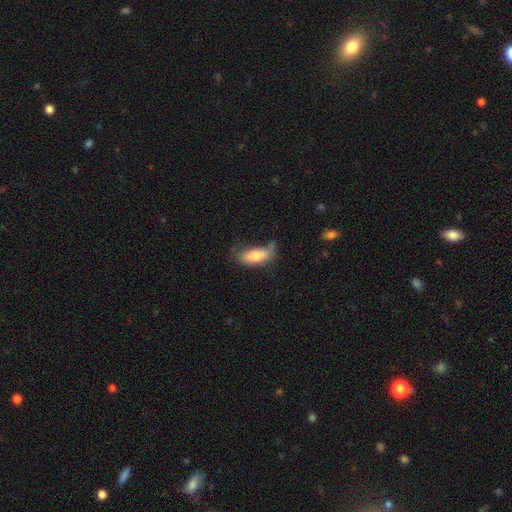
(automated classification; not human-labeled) Smooth or featured: smooth — 77% (featured or disk — 16%)
How rounded: in between — 75% (cigar-shaped — 22%)
Merging: none — 44% (minor disturbance — 34%)